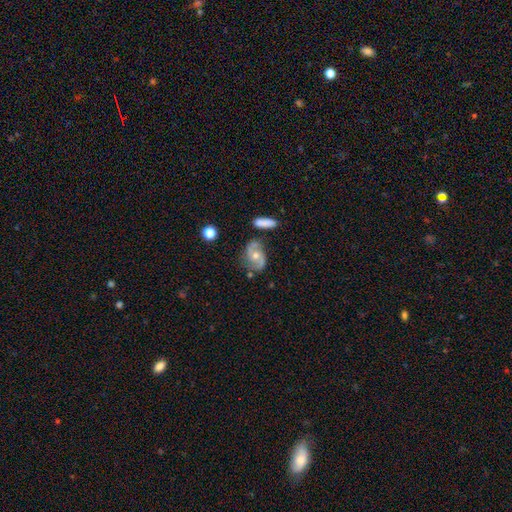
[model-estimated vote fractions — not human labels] Smooth or featured? featured or disk (78%)
Edge-on disk? no (97%)
Bar? no (66%)
Spiral arms? yes (94%)
Spiral winding? medium (49%)
Spiral arm count? 2 (90%)
Bulge size? moderate (65%)
Merging? none (68%)